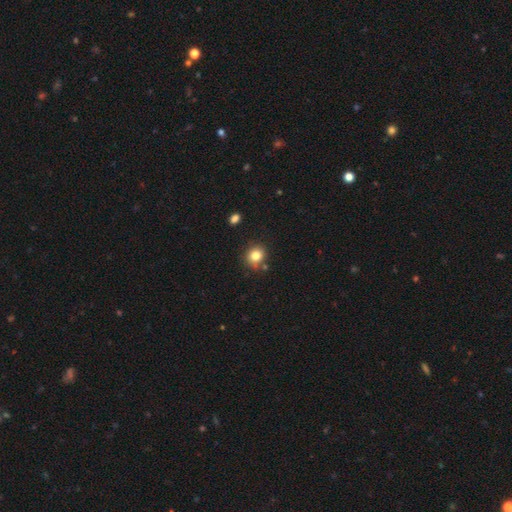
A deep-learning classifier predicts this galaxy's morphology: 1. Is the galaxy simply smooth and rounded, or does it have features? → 81% smooth, 11% star or artifact, 7% featured or disk.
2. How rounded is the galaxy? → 81% round, 18% in between, 1% cigar-shaped.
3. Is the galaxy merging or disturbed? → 76% none, 13% minor disturbance, 7% merger, 3% major disturbance.